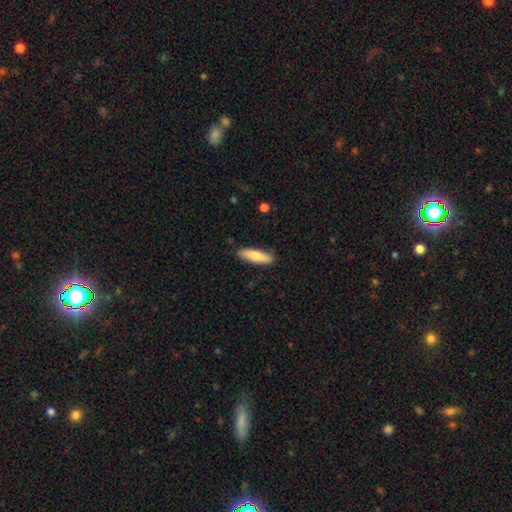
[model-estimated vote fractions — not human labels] Morphology: type=smooth (78%); roundness=cigar-shaped (60%); merging=none (87%).